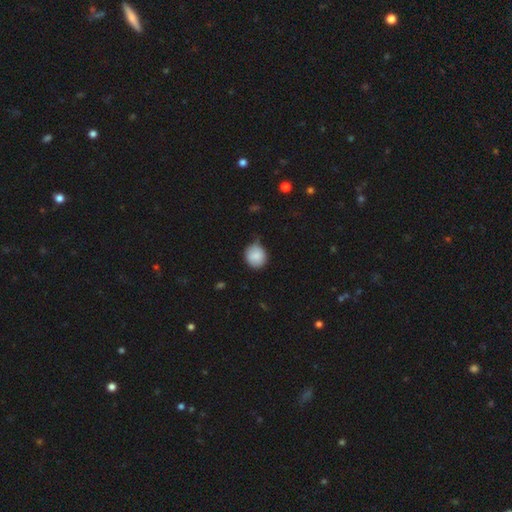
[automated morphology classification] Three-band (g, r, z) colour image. It shows a smooth galaxy with no disk features (86%) that is round (81%). Merging: none (62%).